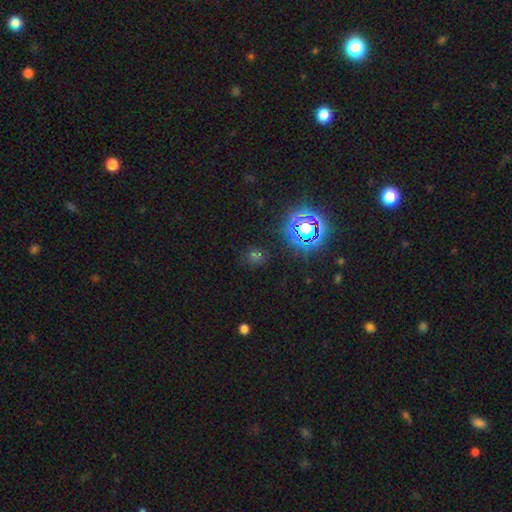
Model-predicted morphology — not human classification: This appears to be a star or artifact, not a galaxy (53%).